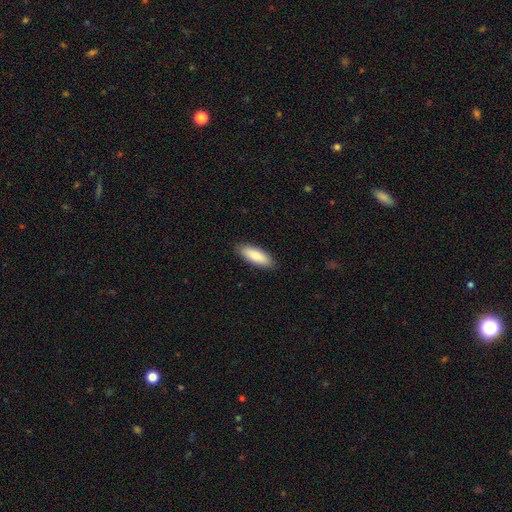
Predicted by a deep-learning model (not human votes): smooth_or_featured: smooth (p=0.86) [alt: featured or disk p=0.09]
how_rounded: in between (p=0.66) [alt: cigar-shaped p=0.32]
merging: none (p=0.89) [alt: minor disturbance p=0.09]